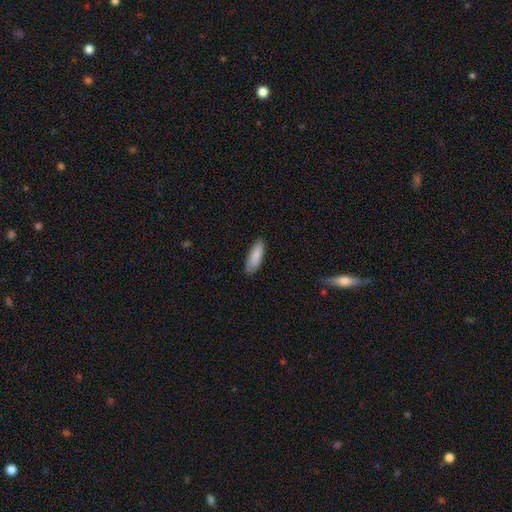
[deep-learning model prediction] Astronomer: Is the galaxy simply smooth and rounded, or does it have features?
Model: smooth — 87%.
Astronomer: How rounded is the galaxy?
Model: in between — 57% (runner-up: cigar-shaped, 42%).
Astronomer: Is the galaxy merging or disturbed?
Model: none — 83%.